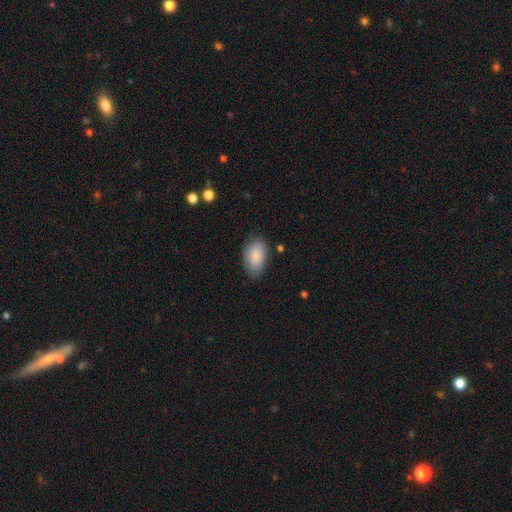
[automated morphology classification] A smooth galaxy with no disk features (87%) that is in between round and cigar-shaped (93%).

Vote fractions:
- Smooth or featured? smooth: 87% / featured or disk: 7% / star or artifact: 6%
- How rounded? in between: 93% / round: 5% / cigar-shaped: 2%
- Merging? none: 79% / minor disturbance: 16% / major disturbance: 4% / merger: 1%